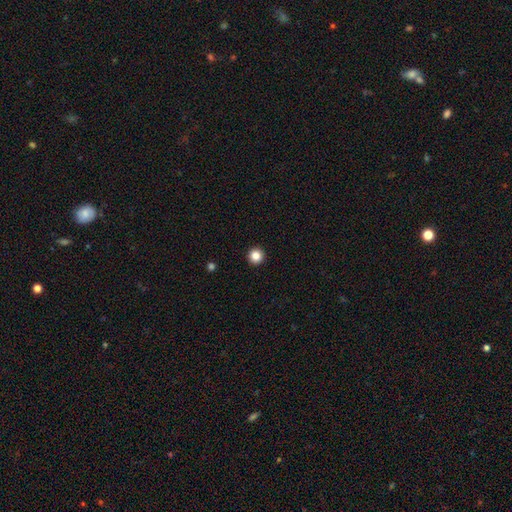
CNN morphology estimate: A smooth galaxy with no disk features (85%) that is round (96%).

Vote fractions:
- Smooth or featured? smooth: 85% / star or artifact: 11% / featured or disk: 4%
- How rounded? round: 96% / in between: 3% / cigar-shaped: 1%
- Merging? none: 94% / minor disturbance: 4% / major disturbance: 1% / merger: 1%